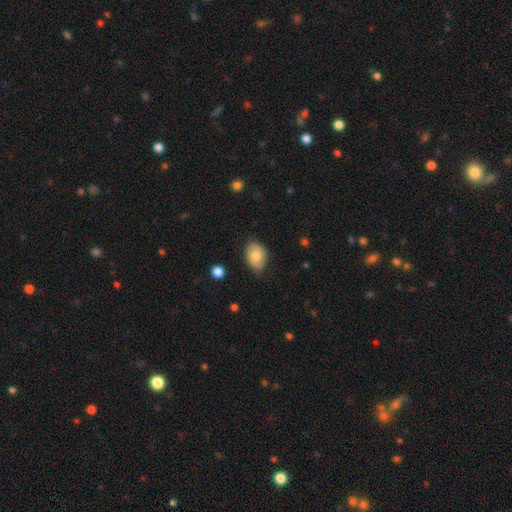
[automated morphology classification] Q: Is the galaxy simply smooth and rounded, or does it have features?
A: smooth — 77%.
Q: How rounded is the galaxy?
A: in between — 77%.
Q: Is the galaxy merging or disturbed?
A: none — 79%.